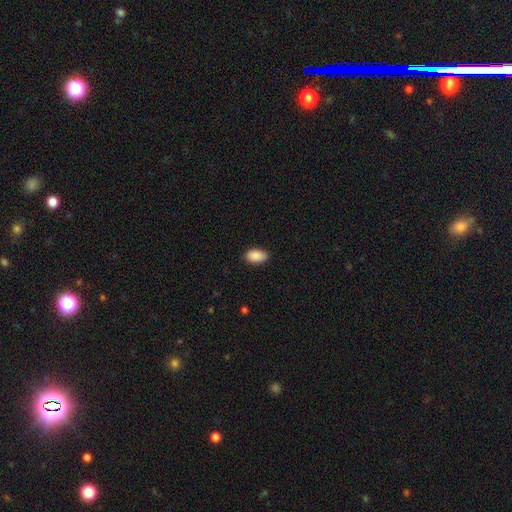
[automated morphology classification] Smooth or featured: smooth — 90% (star or artifact — 7%)
How rounded: in between — 93% (round — 5%)
Merging: none — 86% (minor disturbance — 11%)